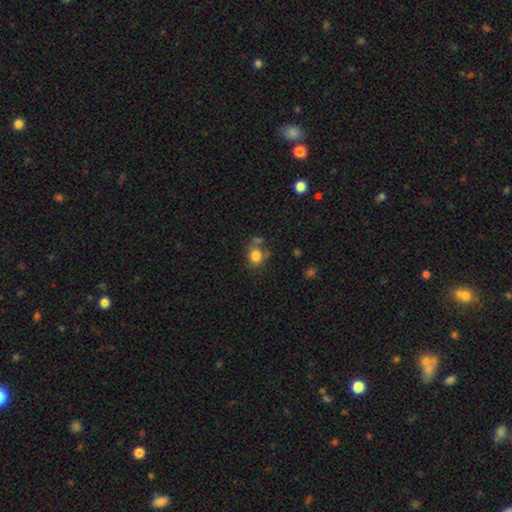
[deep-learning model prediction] smooth 80%, star or artifact 11%, featured or disk 9%. Down the decision tree: how rounded — round (67%); merging — none (54%).